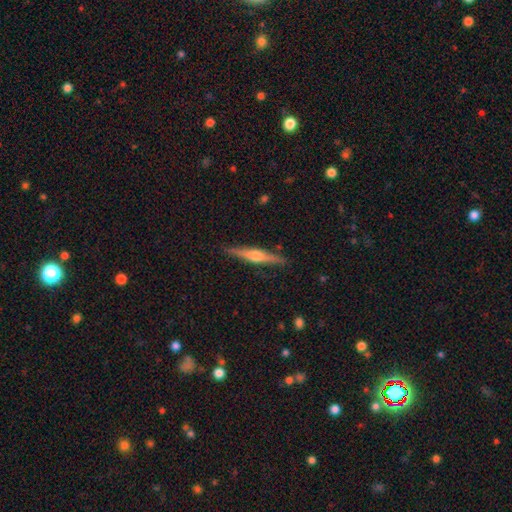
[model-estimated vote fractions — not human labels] A featured or disk galaxy (70%) viewed edge-on (98%) with a rounded central bulge (88%). Merging: none (90%).